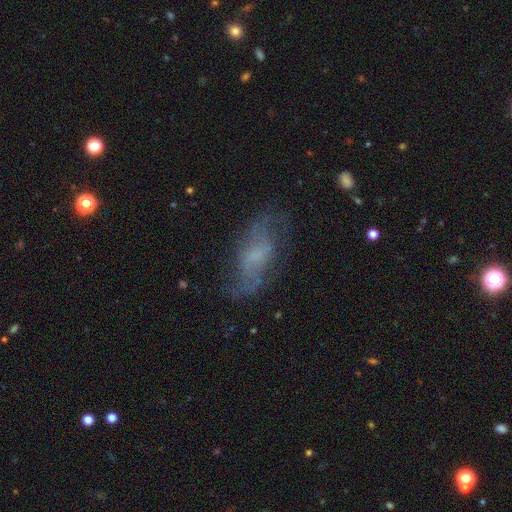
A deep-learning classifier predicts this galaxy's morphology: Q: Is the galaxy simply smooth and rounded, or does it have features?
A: featured or disk — 54%.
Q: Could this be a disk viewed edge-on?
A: no — 88%.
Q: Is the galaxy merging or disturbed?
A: none — 59%.